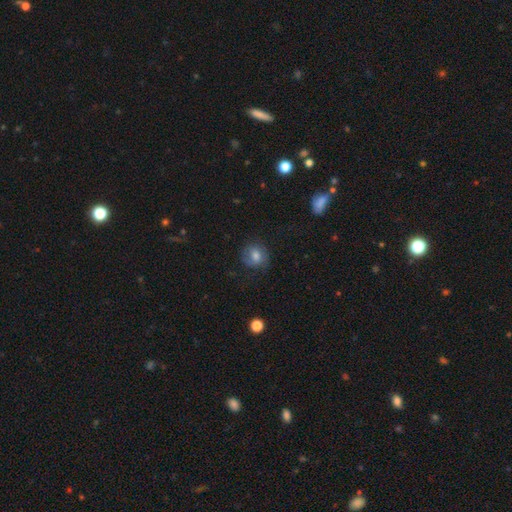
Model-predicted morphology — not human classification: The model was most divided on "smooth or featured": smooth: 65%, featured or disk: 24%, star or artifact: 11%. More confident: how rounded — round (73%); merging — none (69%).